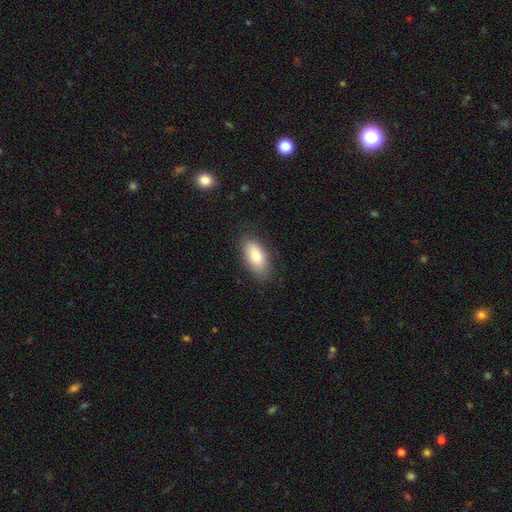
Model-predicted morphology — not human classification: smooth 82%, featured or disk 11%, star or artifact 7%. Down the decision tree: how rounded — in between (91%); merging — none (82%).